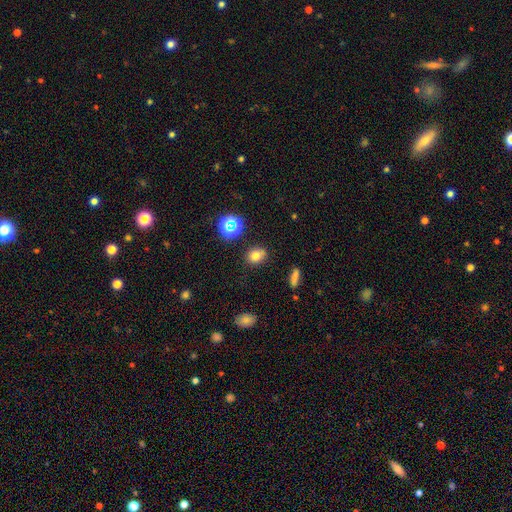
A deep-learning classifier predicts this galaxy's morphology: Smooth or featured? Predicted: smooth (p=0.74). How rounded? Predicted: round (p=0.58). Merging? Predicted: none (p=0.78).